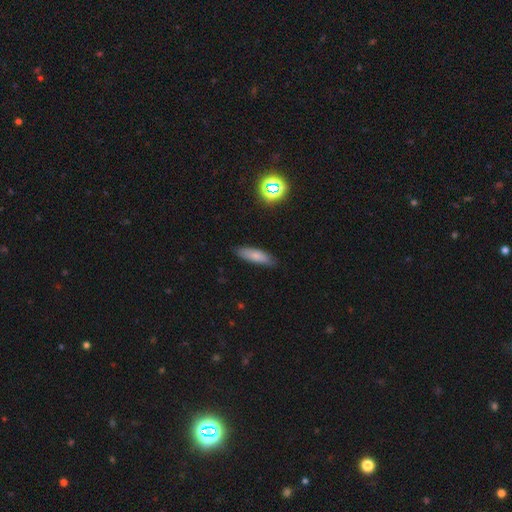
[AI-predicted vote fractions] A smooth galaxy with no disk features (78%) that is cigar-shaped (53%).

Vote fractions:
- Smooth or featured? smooth: 78% / featured or disk: 13% / star or artifact: 9%
- How rounded? cigar-shaped: 53% / in between: 45% / round: 2%
- Merging? none: 83% / minor disturbance: 13% / major disturbance: 2% / merger: 1%